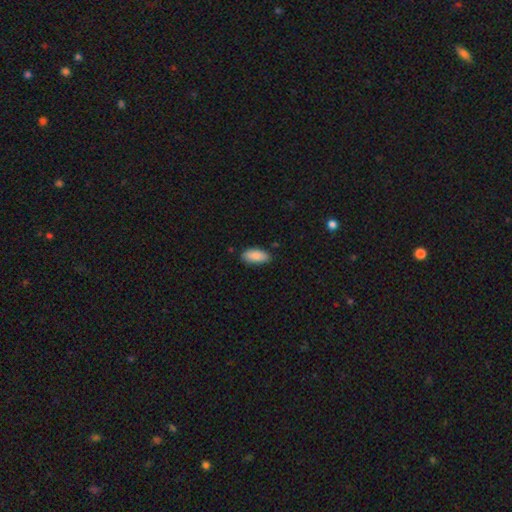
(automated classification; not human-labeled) Overall: smooth (88%). How rounded: in between (89%). Merging: none (83%).